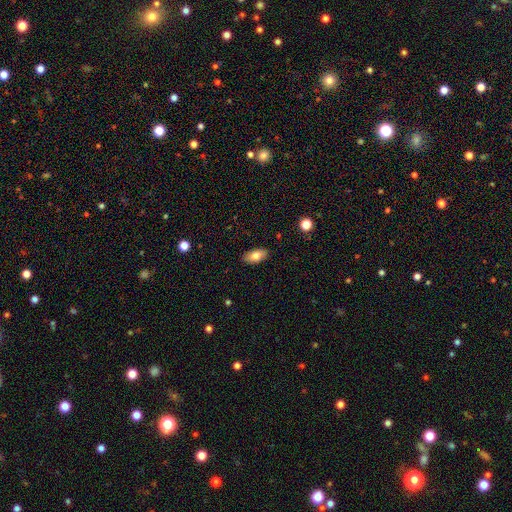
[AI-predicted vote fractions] This is likely a smooth galaxy (79%). How rounded: clearly in between (92%). Merging: clearly none (88%).